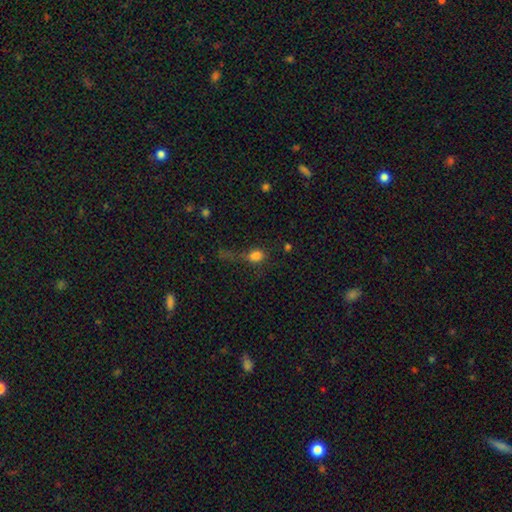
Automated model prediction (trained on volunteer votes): smooth 74%, star or artifact 17%, featured or disk 9%. Down the decision tree: how rounded — round (48%); merging — none (37%).